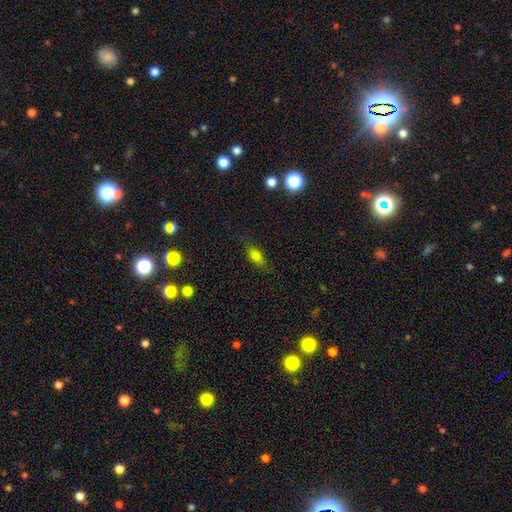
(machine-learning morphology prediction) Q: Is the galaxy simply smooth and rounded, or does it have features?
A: smooth — 79%.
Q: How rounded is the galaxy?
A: in between — 84%.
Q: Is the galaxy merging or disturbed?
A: none — 75%.